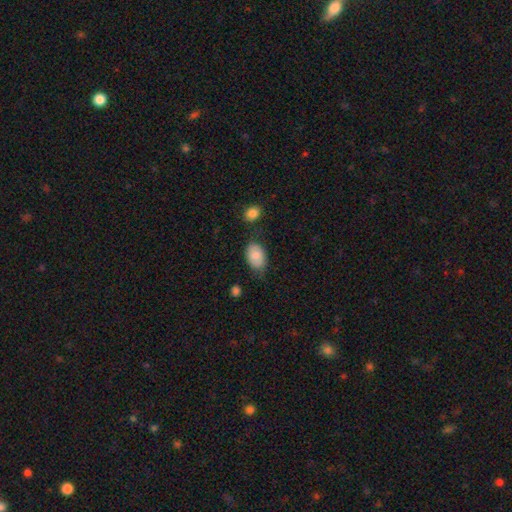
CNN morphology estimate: smooth_or_featured: smooth (p=0.80) [alt: featured or disk p=0.13]
how_rounded: in between (p=0.87) [alt: round p=0.11]
merging: none (p=0.68) [alt: minor disturbance p=0.22]